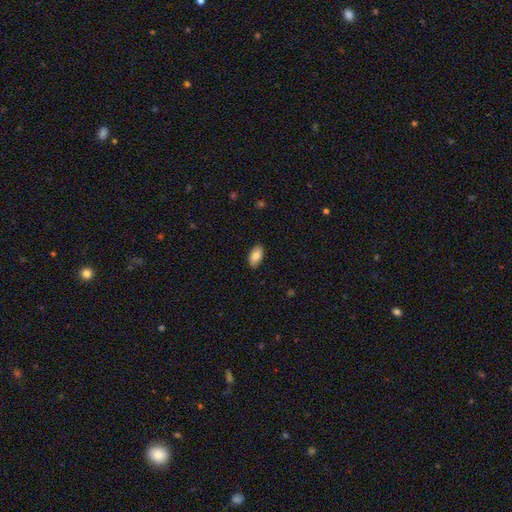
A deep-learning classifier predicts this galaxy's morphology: smooth-or-featured: smooth: 83% | featured or disk: 10% | star or artifact: 7%
  how-rounded: in between: 94% | round: 4% | cigar-shaped: 3%
  merging: none: 86% | minor disturbance: 11% | major disturbance: 2% | merger: 1%